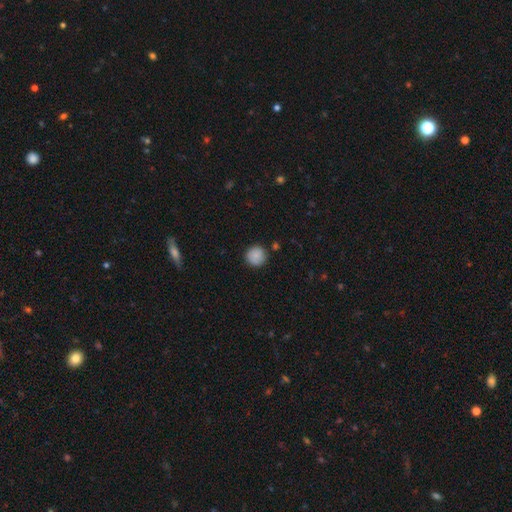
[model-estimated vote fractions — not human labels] smooth-or-featured: smooth: 86% | star or artifact: 8% | featured or disk: 6%
  how-rounded: round: 93% | in between: 6% | cigar-shaped: 1%
  merging: none: 85% | minor disturbance: 11% | major disturbance: 2% | merger: 2%